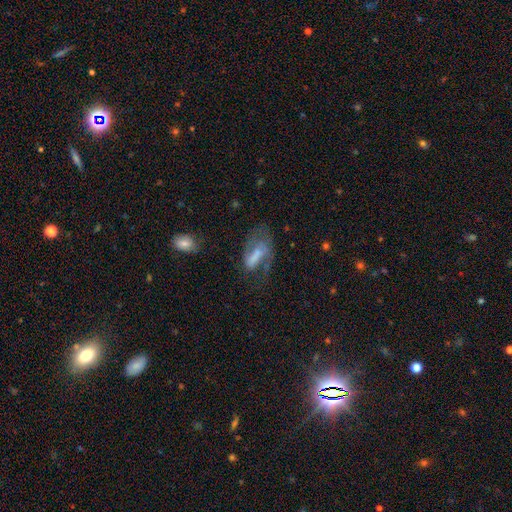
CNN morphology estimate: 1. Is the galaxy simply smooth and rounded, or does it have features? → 53% featured or disk, 38% smooth, 10% star or artifact.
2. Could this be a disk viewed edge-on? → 93% no, 7% yes.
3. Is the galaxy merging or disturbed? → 41% major disturbance, 33% none, 21% minor disturbance, 5% merger.